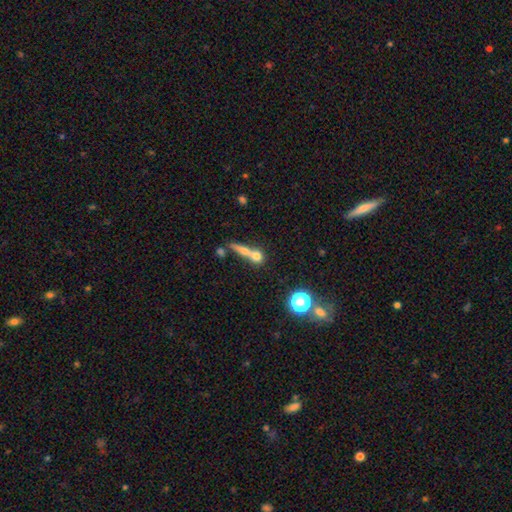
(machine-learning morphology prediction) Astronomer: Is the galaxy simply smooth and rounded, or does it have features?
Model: smooth — 61%.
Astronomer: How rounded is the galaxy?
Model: round — 46% (runner-up: cigar-shaped, 31%).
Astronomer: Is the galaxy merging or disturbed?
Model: merger — 51% (runner-up: none, 36%).